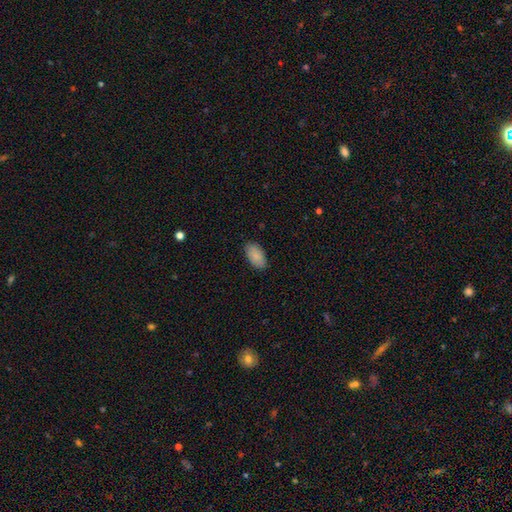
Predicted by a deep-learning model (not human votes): smooth 88%, star or artifact 7%, featured or disk 5%. Down the decision tree: how rounded — in between (95%); merging — none (86%).